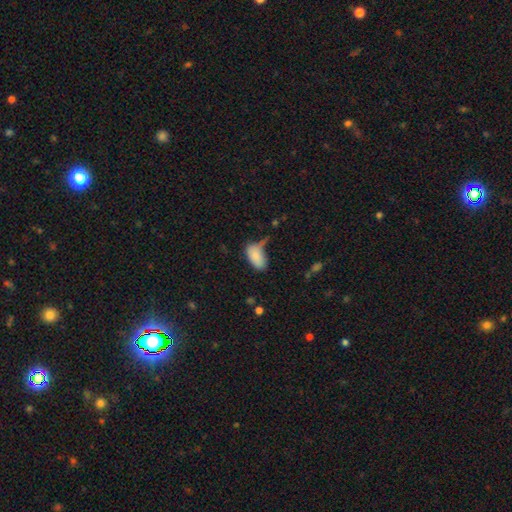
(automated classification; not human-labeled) A smooth galaxy with no disk features (84%) that is in between round and cigar-shaped (94%).

Vote fractions:
- Smooth or featured? smooth: 84% / featured or disk: 8% / star or artifact: 8%
- How rounded? in between: 94% / round: 4% / cigar-shaped: 3%
- Merging? none: 46% / minor disturbance: 31% / major disturbance: 14% / merger: 10%